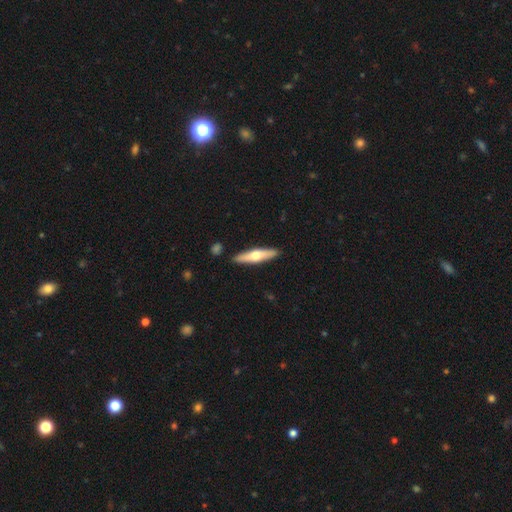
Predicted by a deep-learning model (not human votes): Q: Smooth or featured?
A: featured or disk (49%); runner-up: smooth (46%)
Q: Merging?
A: none (89%); runner-up: minor disturbance (7%)